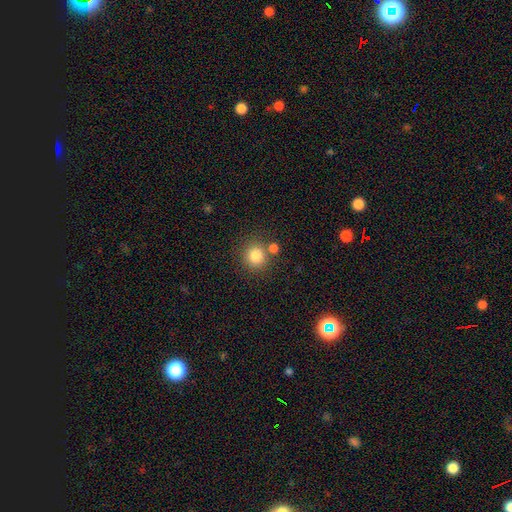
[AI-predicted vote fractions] smooth-or-featured: smooth: 82% | star or artifact: 12% | featured or disk: 7%
  how-rounded: round: 90% | in between: 9% | cigar-shaped: 1%
  merging: none: 75% | merger: 13% | minor disturbance: 8% | major disturbance: 3%